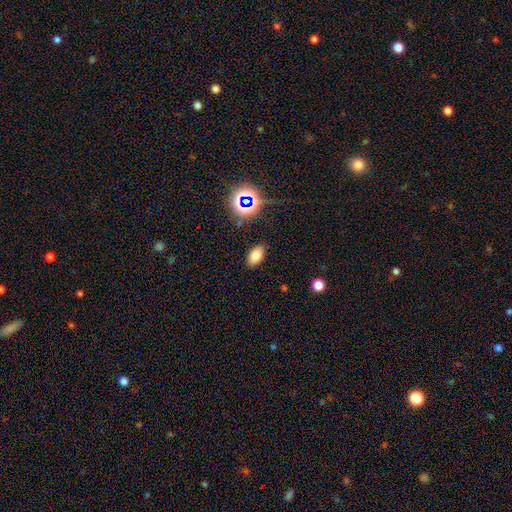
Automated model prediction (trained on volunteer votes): Q: Smooth or featured?
A: smooth (74%); runner-up: star or artifact (17%)
Q: How rounded?
A: in between (91%); runner-up: round (6%)
Q: Merging?
A: none (85%); runner-up: minor disturbance (11%)